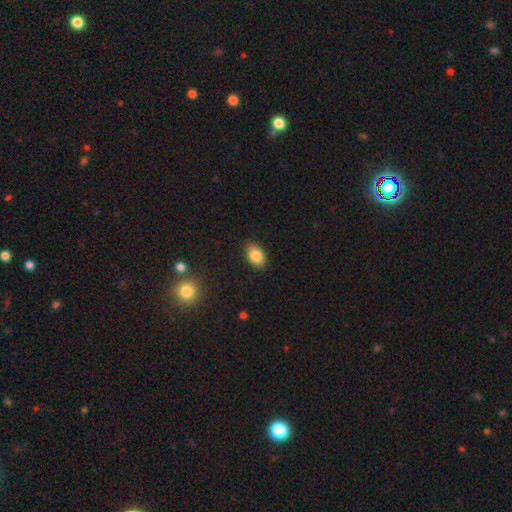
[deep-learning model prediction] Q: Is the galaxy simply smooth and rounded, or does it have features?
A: smooth — 85%.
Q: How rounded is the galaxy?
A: in between — 84%.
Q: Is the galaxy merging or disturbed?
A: none — 86%.